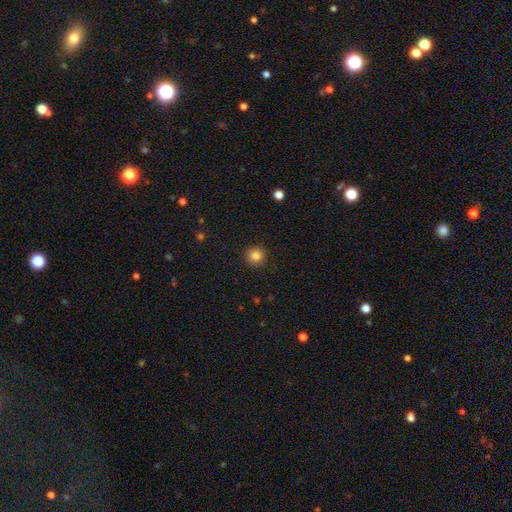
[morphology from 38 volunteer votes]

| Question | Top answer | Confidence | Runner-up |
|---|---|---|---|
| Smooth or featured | smooth | 89% | star or artifact (8%) |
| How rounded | round | 94% | in between (6%) |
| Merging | none | 97% | major disturbance (3%) |